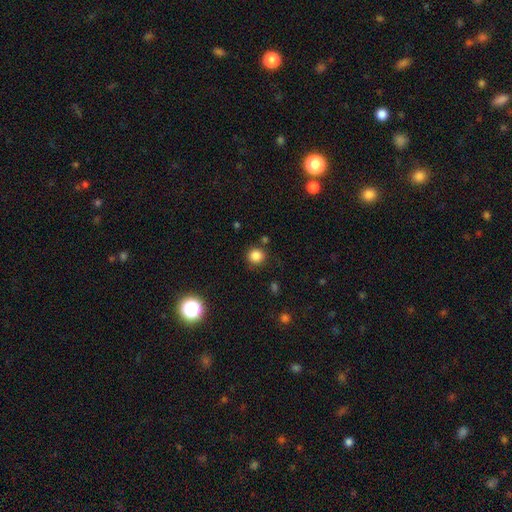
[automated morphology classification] This appears to be a smooth galaxy with no disk features (84%) that is round (92%). Merging: none (86%).